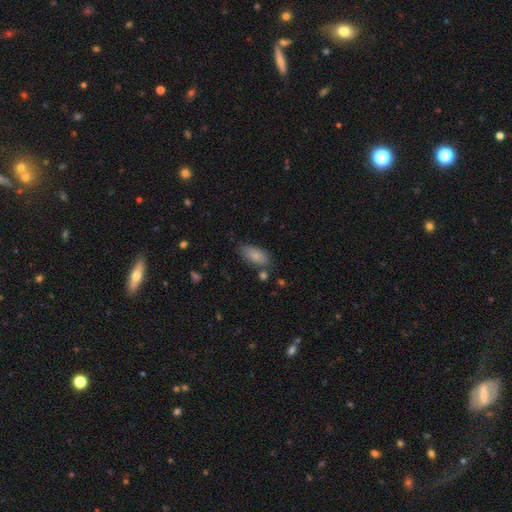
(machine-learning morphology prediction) Smooth or featured: smooth — 84% (featured or disk — 8%)
How rounded: in between — 88% (cigar-shaped — 9%)
Merging: none — 65% (minor disturbance — 23%)